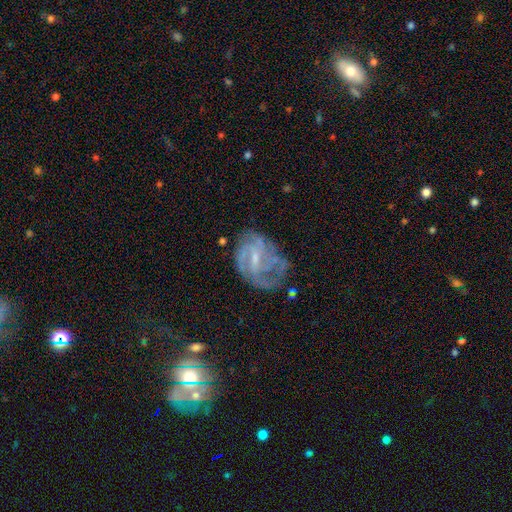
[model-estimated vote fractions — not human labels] Smooth or featured: featured or disk — 77% (smooth — 14%)
Edge-on disk: no — 97% (yes — 3%)
Bar: weak — 56% (no — 27%)
Spiral arms: yes — 82% (no — 18%)
Spiral winding: tight — 41% (tied with medium — 41%)
Spiral arm count: can't tell — 41% (3 — 20%)
Bulge size: small — 54% (moderate — 27%)
Merging: none — 48% (minor disturbance — 25%)